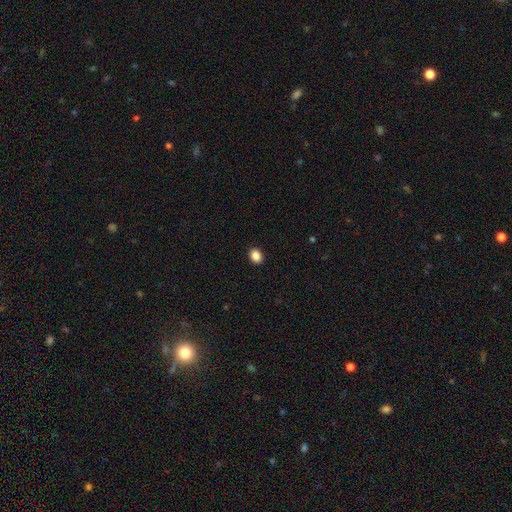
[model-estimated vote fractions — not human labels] A smooth galaxy with no disk features (88%) that is in between round and cigar-shaped (57%). Merging: none (91%).